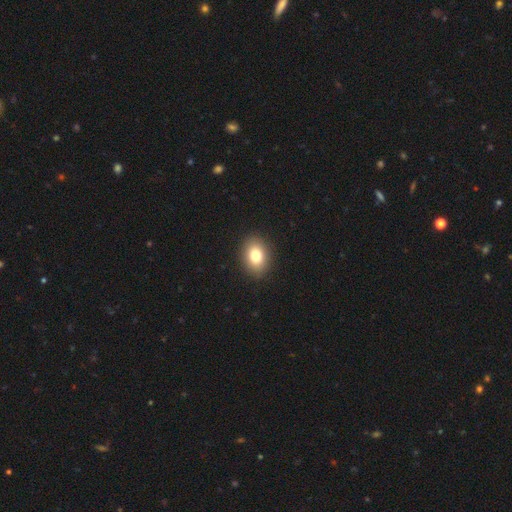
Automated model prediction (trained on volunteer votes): A smooth galaxy with no disk features (81%) that is in between round and cigar-shaped (70%). Merging: none (90%).